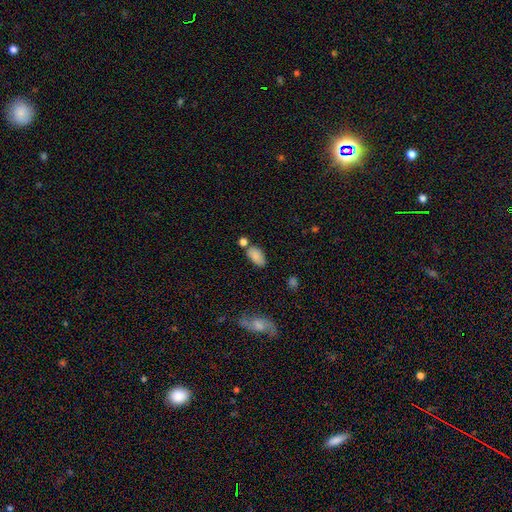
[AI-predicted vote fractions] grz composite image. It shows a smooth galaxy with no disk features (83%) that is in between round and cigar-shaped (93%). Merging: none (63%).